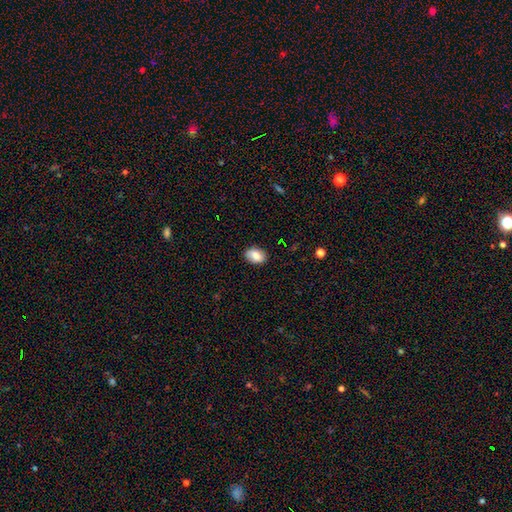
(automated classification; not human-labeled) Smooth or featured?
  - smooth: 78% *
  - featured or disk: 15%
  - star or artifact: 8%
How rounded?
  - in between: 79% *
  - round: 19%
  - cigar-shaped: 1%
Merging?
  - none: 86% *
  - minor disturbance: 10%
  - major disturbance: 2%
  - merger: 1%